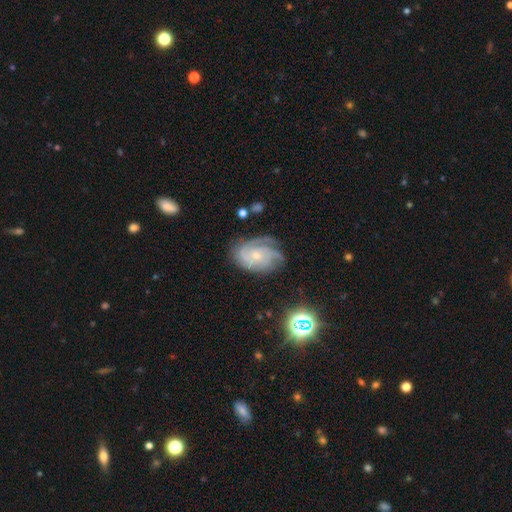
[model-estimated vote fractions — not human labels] Smooth or featured? featured or disk (83%)
Edge-on disk? no (97%)
Bar? no (72%)
Spiral arms? yes (97%)
Spiral winding? tight (62%)
Spiral arm count? 3 (35%)
Bulge size? small (67%)
Merging? none (68%)